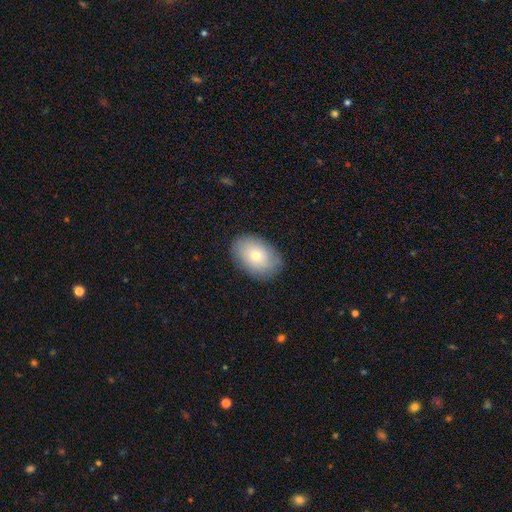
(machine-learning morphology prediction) This is likely a smooth galaxy (73%). How rounded: clearly in between (84%). Merging: clearly none (85%).